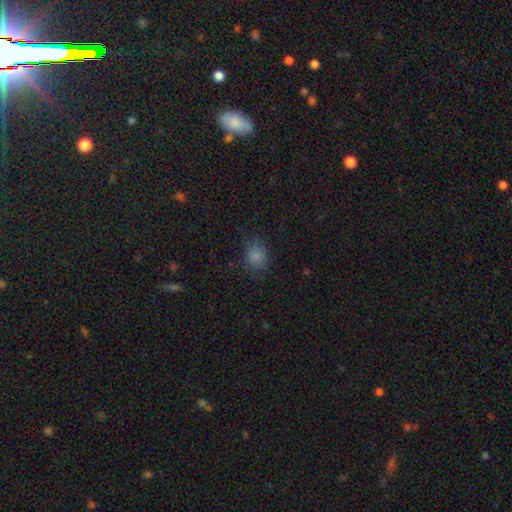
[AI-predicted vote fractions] Smooth or featured: smooth — 81% (star or artifact — 14%)
How rounded: round — 55% (in between — 44%)
Merging: none — 75% (minor disturbance — 18%)